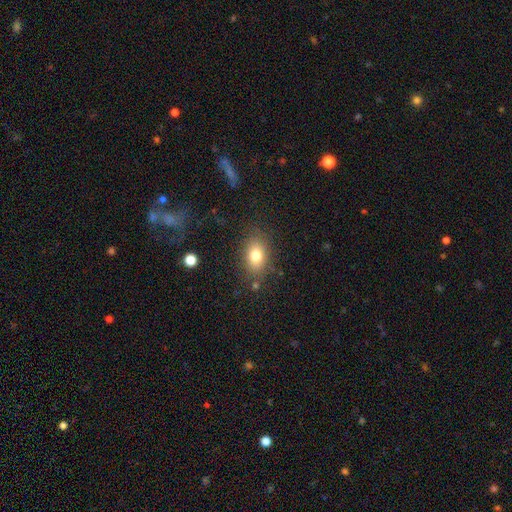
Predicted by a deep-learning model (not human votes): Smooth or featured? Predicted: smooth (p=0.78). How rounded? Predicted: in between (p=0.80). Merging? Predicted: none (p=0.81).